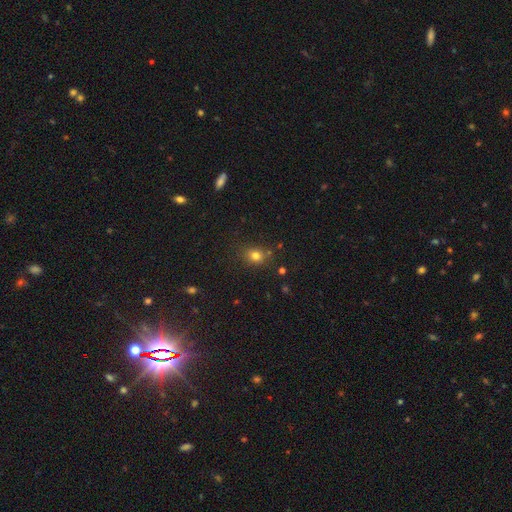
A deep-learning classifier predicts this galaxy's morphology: This appears to be a smooth galaxy with no disk features (76%) that is round (67%). Merging: none (80%).